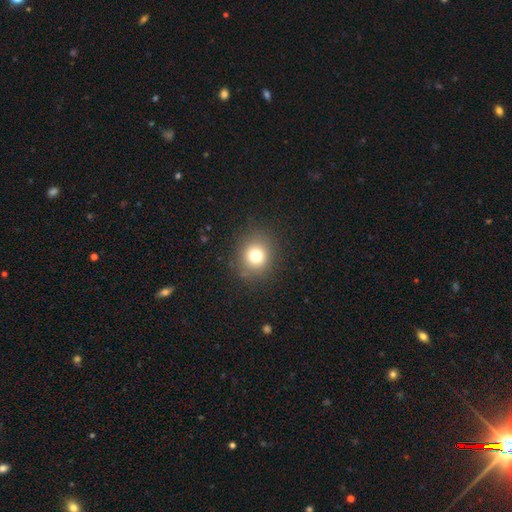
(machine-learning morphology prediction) A smooth galaxy with no disk features (76%) that is round (82%). Merging: none (86%).